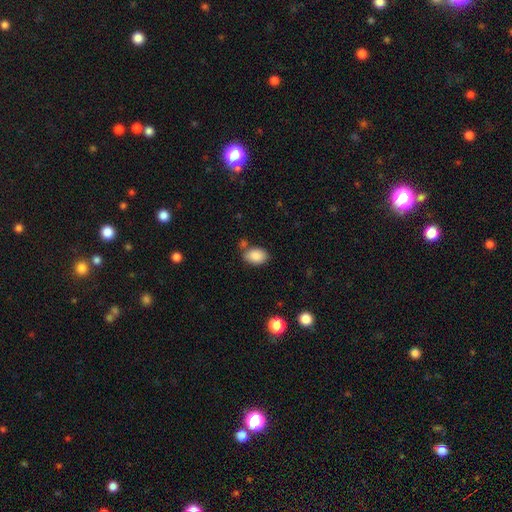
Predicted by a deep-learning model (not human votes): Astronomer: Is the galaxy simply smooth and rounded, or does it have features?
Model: smooth — 88%.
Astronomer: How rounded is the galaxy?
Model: in between — 84%.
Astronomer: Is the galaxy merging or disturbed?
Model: none — 72%.